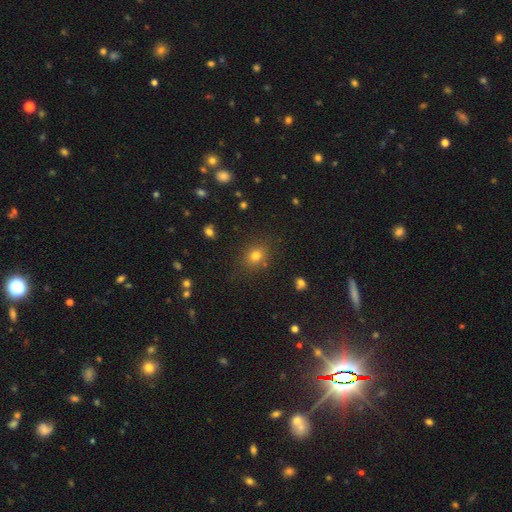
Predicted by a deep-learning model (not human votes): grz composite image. It shows a smooth galaxy with no disk features (75%) that is round (60%). Merging: none (81%).